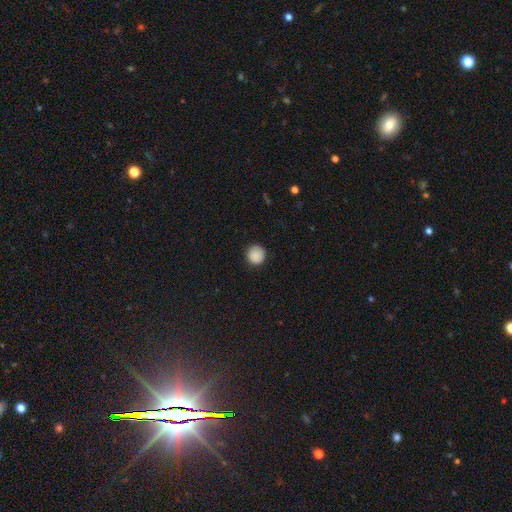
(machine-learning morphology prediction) This appears to be a smooth galaxy with no disk features (89%) that is round (95%). Merging: none (89%).